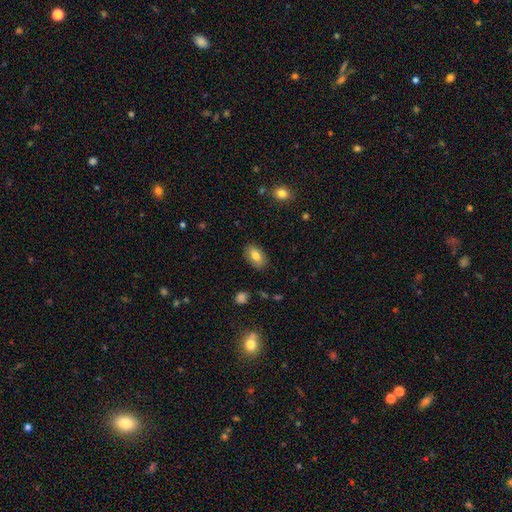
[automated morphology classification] Smooth or featured? Predicted: smooth (p=0.75). How rounded? Predicted: in between (p=0.90). Merging? Predicted: none (p=0.84).